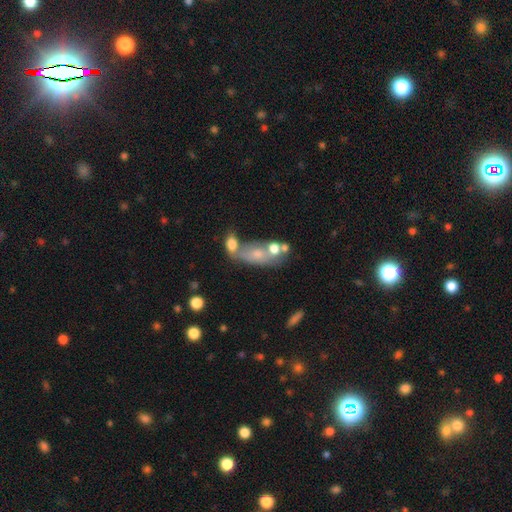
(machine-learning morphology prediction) Q: Smooth or featured?
A: smooth (48%); runner-up: featured or disk (38%)
Q: Merging?
A: merger (48%); runner-up: none (28%)